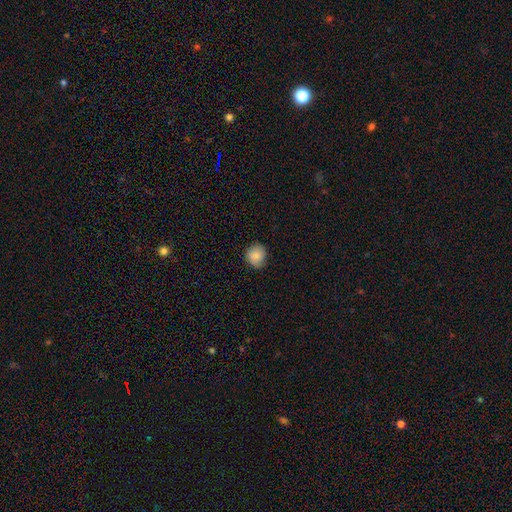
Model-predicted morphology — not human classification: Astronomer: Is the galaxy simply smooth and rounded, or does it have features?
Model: smooth — 84%.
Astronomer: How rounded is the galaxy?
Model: round — 82%.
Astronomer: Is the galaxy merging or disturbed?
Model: none — 77%.